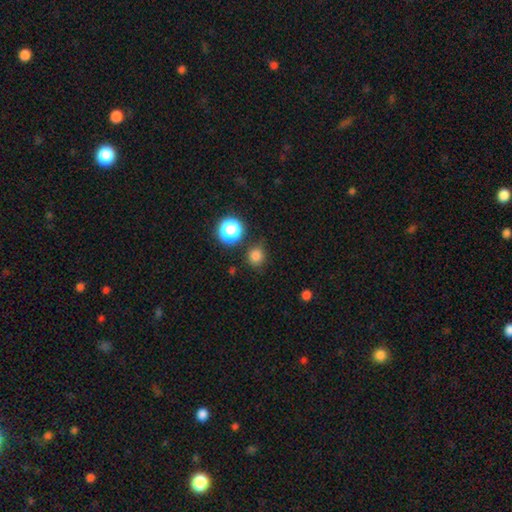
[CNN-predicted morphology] smooth-or-featured: smooth: 80% | star or artifact: 16% | featured or disk: 4%
  how-rounded: round: 86% | in between: 13% | cigar-shaped: 1%
  merging: none: 84% | minor disturbance: 10% | major disturbance: 3% | merger: 3%